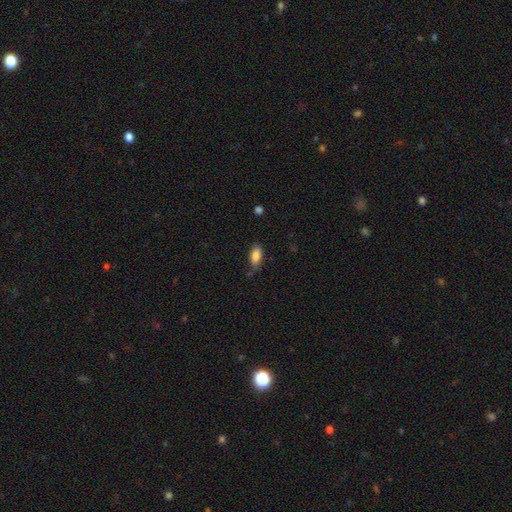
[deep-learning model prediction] smooth-or-featured: smooth: 85% | featured or disk: 8% | star or artifact: 8%
  how-rounded: in between: 88% | cigar-shaped: 9% | round: 3%
  merging: none: 69% | minor disturbance: 24% | major disturbance: 5% | merger: 3%